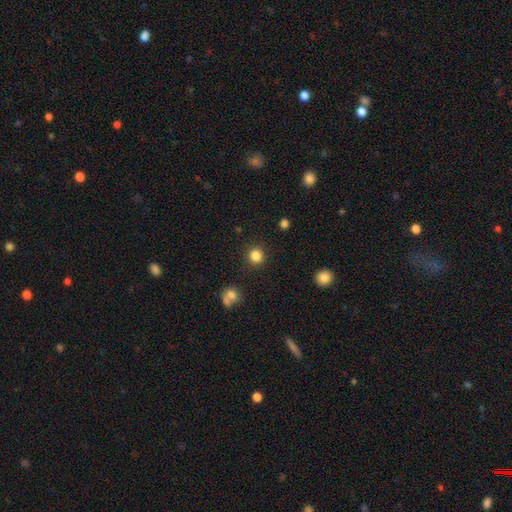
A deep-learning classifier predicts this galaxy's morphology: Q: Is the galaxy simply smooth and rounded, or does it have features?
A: smooth — 85%.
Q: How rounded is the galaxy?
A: round — 89%.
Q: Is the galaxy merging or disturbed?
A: none — 89%.